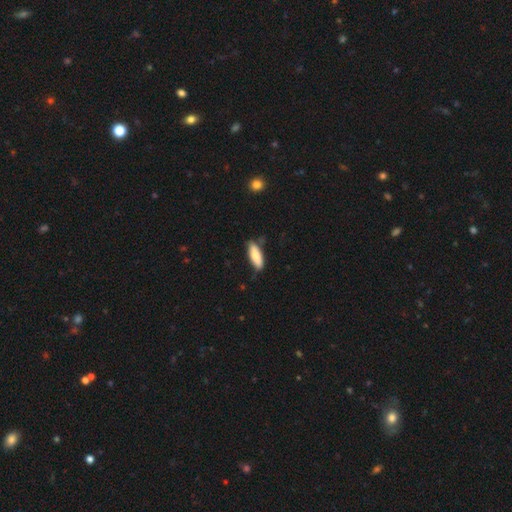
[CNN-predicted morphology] smooth_or_featured: smooth (p=0.79) [alt: featured or disk p=0.15]
how_rounded: in between (p=0.63) [alt: cigar-shaped p=0.35]
merging: none (p=0.72) [alt: minor disturbance p=0.22]